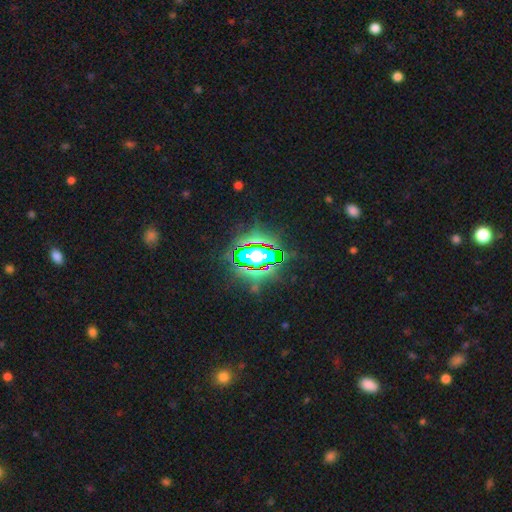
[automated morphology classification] Smooth or featured: star or artifact — 66% (smooth — 17%)